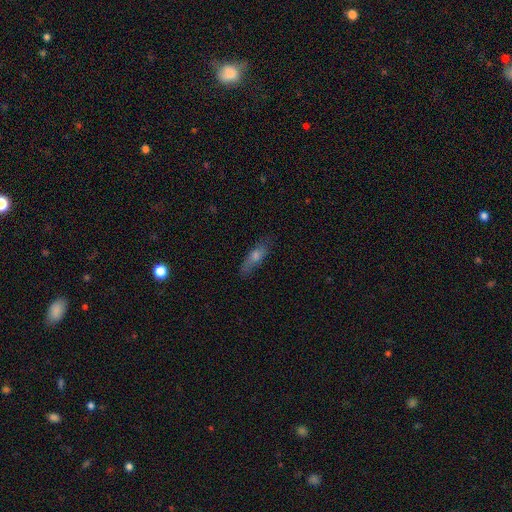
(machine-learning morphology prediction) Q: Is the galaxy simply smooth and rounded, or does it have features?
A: smooth — 54%.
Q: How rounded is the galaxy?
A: cigar-shaped — 58%.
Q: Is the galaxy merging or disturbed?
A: none — 75%.